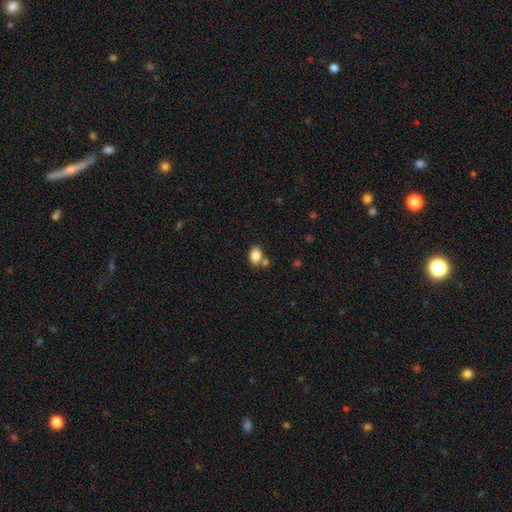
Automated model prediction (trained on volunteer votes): Smooth or featured? Predicted: smooth (p=0.84). How rounded? Predicted: in between (p=0.81). Merging? Predicted: none (p=0.63).